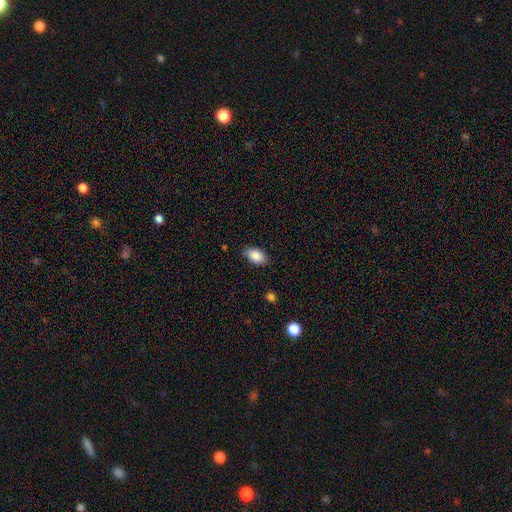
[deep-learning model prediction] This is clearly a smooth galaxy (88%). How rounded: clearly in between (93%). Merging: clearly none (83%).